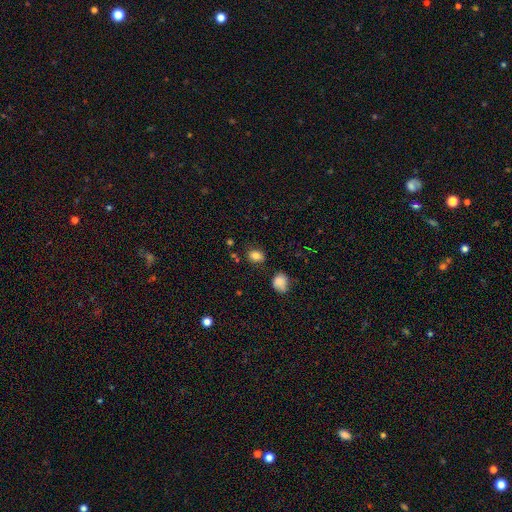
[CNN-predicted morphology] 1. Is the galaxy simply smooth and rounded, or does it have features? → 82% smooth, 12% star or artifact, 7% featured or disk.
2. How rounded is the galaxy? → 58% in between, 41% round, 1% cigar-shaped.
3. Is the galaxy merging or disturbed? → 77% none, 15% minor disturbance, 4% merger, 4% major disturbance.